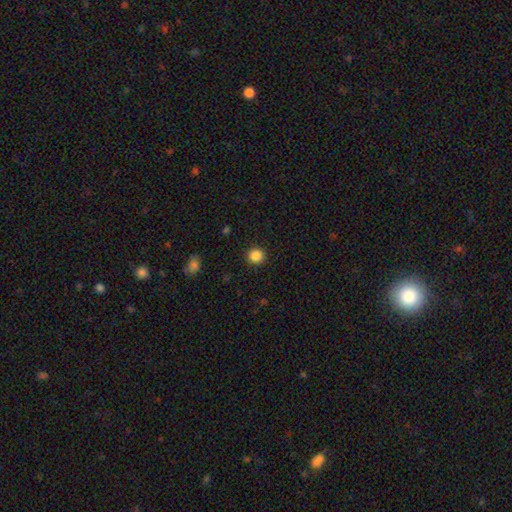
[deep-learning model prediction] Overall: smooth (86%). How rounded: round (93%). Merging: none (92%).